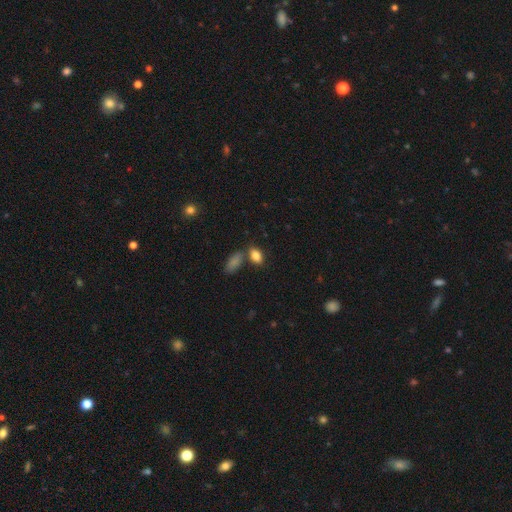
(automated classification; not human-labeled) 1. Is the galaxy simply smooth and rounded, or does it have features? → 85% smooth, 8% star or artifact, 6% featured or disk.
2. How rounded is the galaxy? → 88% in between, 8% round, 4% cigar-shaped.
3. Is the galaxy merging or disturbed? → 63% none, 20% merger, 13% minor disturbance, 4% major disturbance.